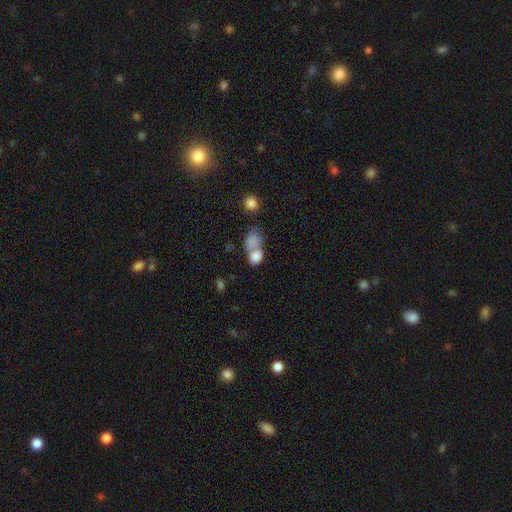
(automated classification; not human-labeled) Q: Smooth or featured?
A: smooth (80%); runner-up: featured or disk (11%)
Q: How rounded?
A: in between (59%); runner-up: round (39%)
Q: Merging?
A: merger (62%); runner-up: none (23%)